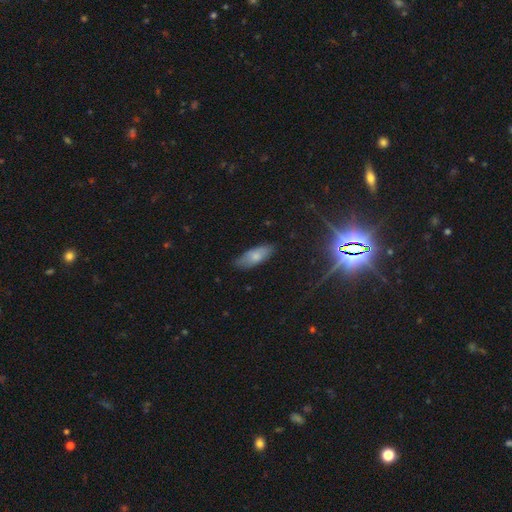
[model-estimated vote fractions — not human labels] smooth_or_featured: smooth (p=0.73) [alt: featured or disk p=0.19]
how_rounded: in between (p=0.77) [alt: cigar-shaped p=0.21]
merging: none (p=0.77) [alt: minor disturbance p=0.19]